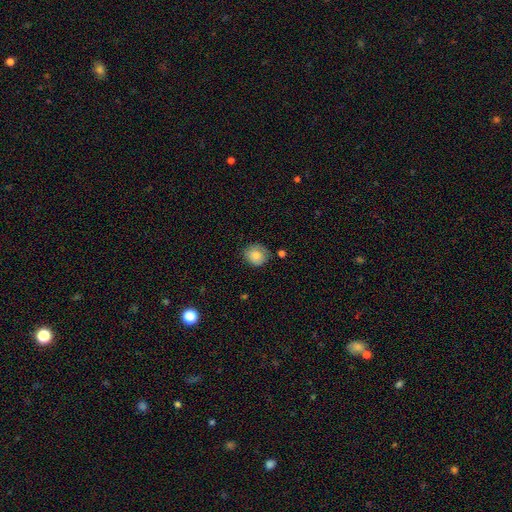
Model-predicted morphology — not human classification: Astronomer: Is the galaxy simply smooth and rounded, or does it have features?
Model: smooth — 81%.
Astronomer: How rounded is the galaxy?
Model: round — 80%.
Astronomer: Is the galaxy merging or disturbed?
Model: none — 73%.